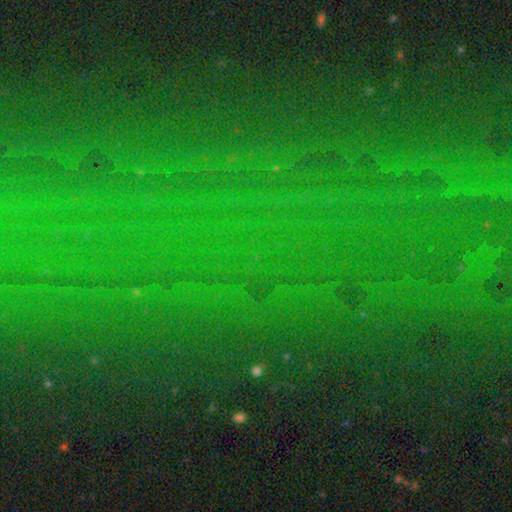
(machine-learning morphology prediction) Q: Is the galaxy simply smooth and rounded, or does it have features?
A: star or artifact — 81%.